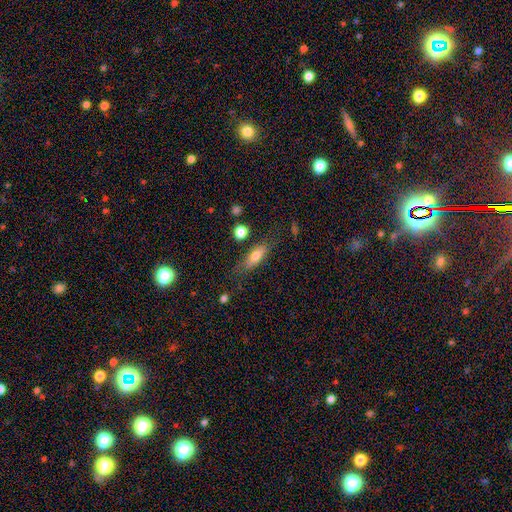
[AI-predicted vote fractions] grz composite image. It shows a smooth galaxy with no disk features (70%) that is in between round and cigar-shaped (57%). Merging: none (71%).